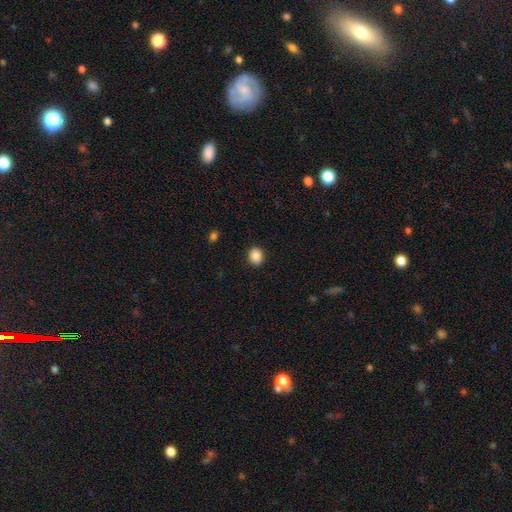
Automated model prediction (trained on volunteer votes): Smooth or featured?
  - smooth: 89% *
  - star or artifact: 9%
  - featured or disk: 3%
How rounded?
  - round: 53% *
  - in between: 46%
  - cigar-shaped: 1%
Merging?
  - none: 90% *
  - minor disturbance: 7%
  - major disturbance: 2%
  - merger: 1%